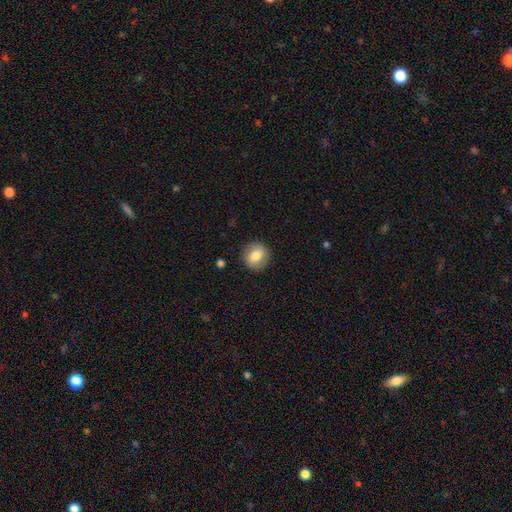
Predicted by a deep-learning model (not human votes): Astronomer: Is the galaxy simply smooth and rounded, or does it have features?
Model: smooth — 74%.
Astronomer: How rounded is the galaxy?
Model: round — 88%.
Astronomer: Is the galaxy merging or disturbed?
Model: none — 88%.